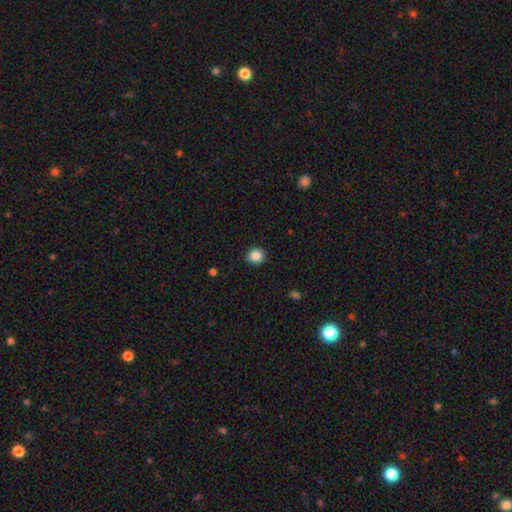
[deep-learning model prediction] Overall: smooth (86%). How rounded: round (83%). Merging: none (91%).